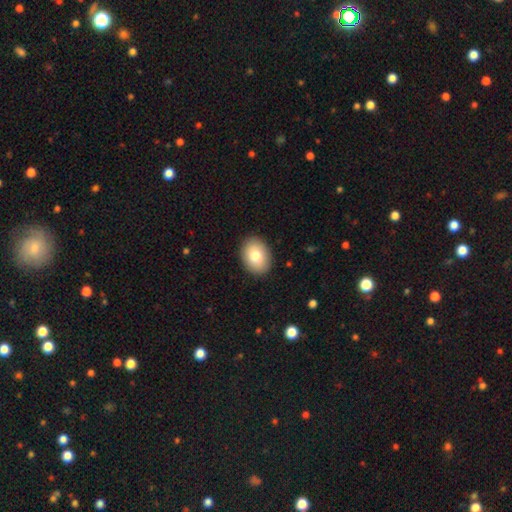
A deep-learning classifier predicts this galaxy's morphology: type=smooth (79%); roundness=in between (71%); merging=none (90%).